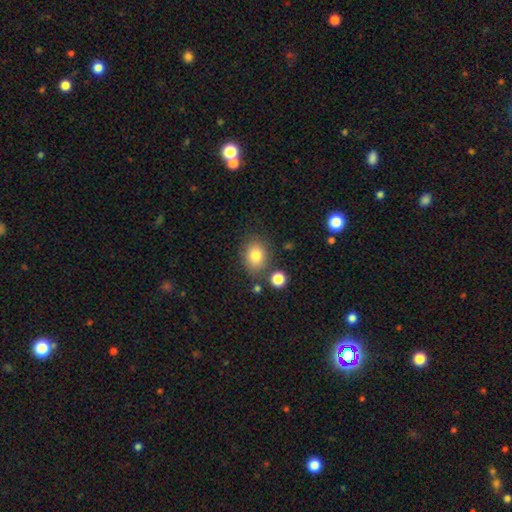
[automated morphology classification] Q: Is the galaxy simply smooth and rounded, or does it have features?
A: smooth — 81%.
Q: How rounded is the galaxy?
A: in between — 51%.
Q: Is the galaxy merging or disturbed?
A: none — 76%.